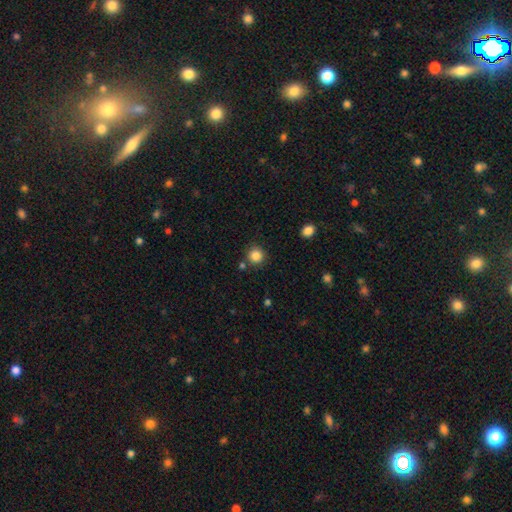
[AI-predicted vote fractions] smooth 85%, star or artifact 11%, featured or disk 4%. Down the decision tree: how rounded — round (93%); merging — none (83%).